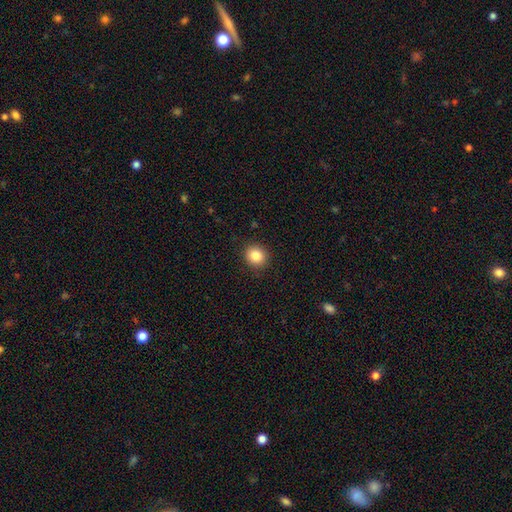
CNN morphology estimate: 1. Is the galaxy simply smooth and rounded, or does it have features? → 84% smooth, 10% star or artifact, 6% featured or disk.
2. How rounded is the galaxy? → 83% round, 16% in between, 1% cigar-shaped.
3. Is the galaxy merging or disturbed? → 90% none, 7% minor disturbance, 2% major disturbance, 1% merger.